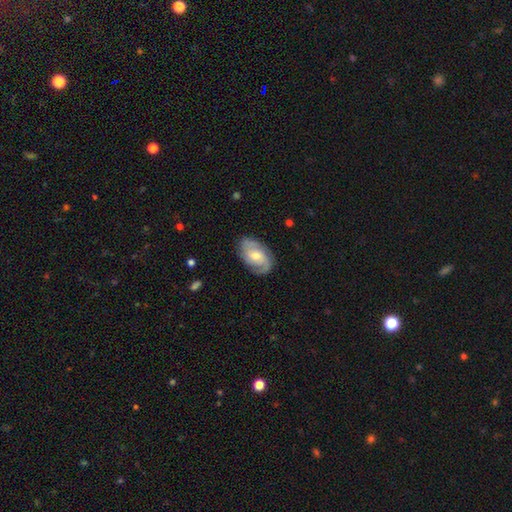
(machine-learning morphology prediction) Overall: featured or disk (70%). Edge-on disk: no (96%). Bar: no (58%; weak 36%). Spiral arms: yes (90%). Spiral arm count: 2 (68%). Spiral winding: medium (43%; tight 39%). Bulge size: moderate (57%; small 36%). Merging: none (78%).